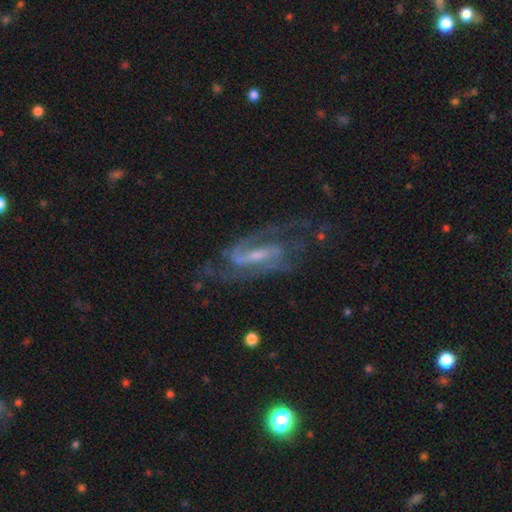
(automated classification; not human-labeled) A featured or disk galaxy (88%) with a strong bar (45%), 2 (80%) medium (54%) spiral arms (96%) and a small central bulge (57%). Merging: none (66%).